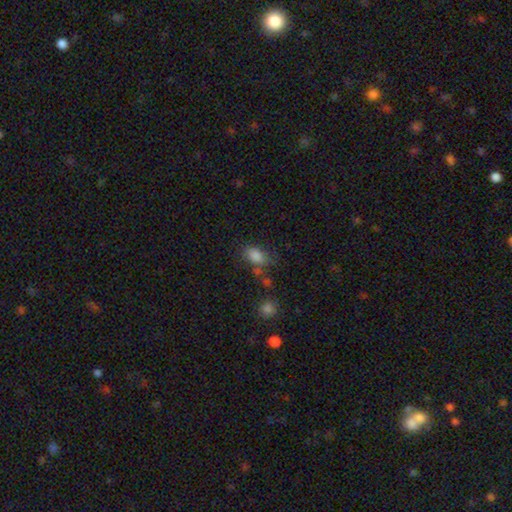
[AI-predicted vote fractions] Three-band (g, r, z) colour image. It shows a smooth galaxy with no disk features (82%) that is in between round and cigar-shaped (80%). Merging: none (56%).